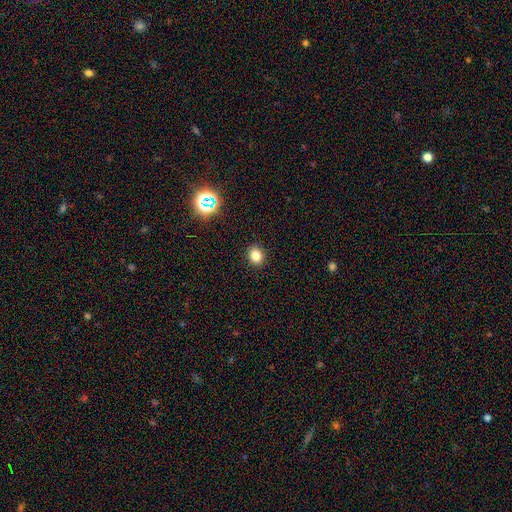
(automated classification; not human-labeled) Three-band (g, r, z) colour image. It shows a smooth galaxy with no disk features (81%) that is round (60%). Merging: none (90%).